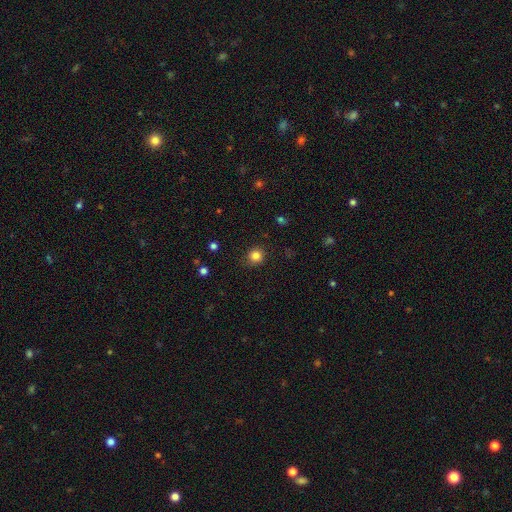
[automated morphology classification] Overall: smooth (83%). How rounded: round (91%). Merging: none (87%).